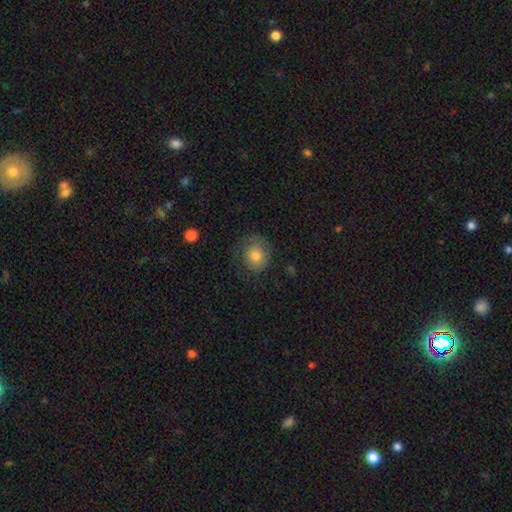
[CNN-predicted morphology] Smooth or featured: smooth — 72% (featured or disk — 19%)
How rounded: round — 77% (in between — 22%)
Merging: none — 66% (minor disturbance — 20%)